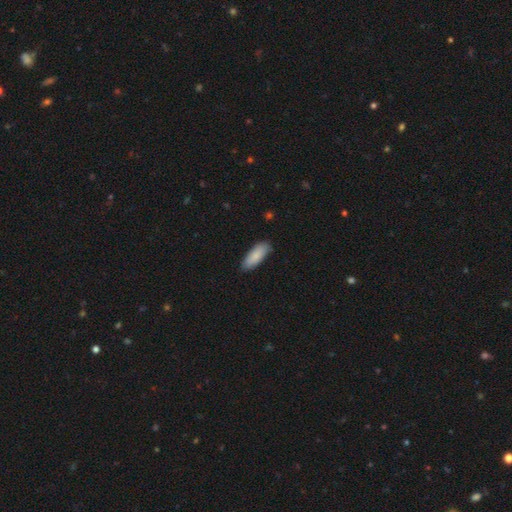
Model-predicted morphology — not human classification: This appears to be a smooth galaxy with no disk features (87%) that is in between round and cigar-shaped (70%). Merging: none (84%).